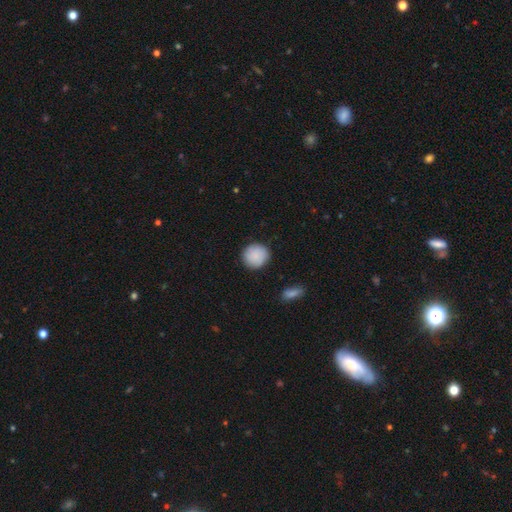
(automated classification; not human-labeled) This is clearly a smooth galaxy (87%). How rounded: clearly round (91%). Merging: clearly none (87%).